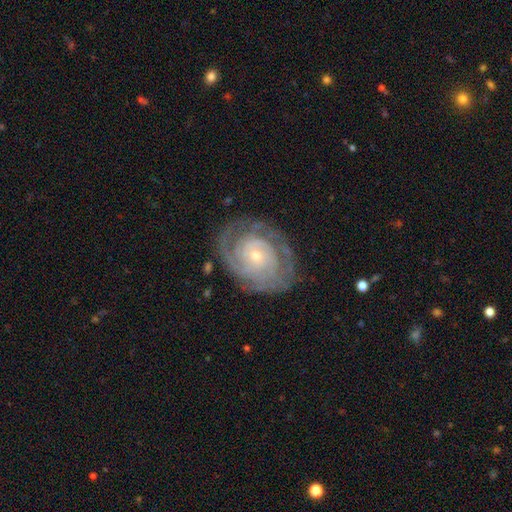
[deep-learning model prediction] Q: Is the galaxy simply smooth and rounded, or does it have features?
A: featured or disk — 87%.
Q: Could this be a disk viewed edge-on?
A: no — 97%.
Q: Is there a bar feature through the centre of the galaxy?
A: no — 76%.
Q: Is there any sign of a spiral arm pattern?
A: yes — 95%.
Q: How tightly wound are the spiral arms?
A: tight — 78%.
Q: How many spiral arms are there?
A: can't tell — 31%.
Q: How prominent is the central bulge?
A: small — 72%.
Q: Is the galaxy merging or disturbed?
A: none — 77%.